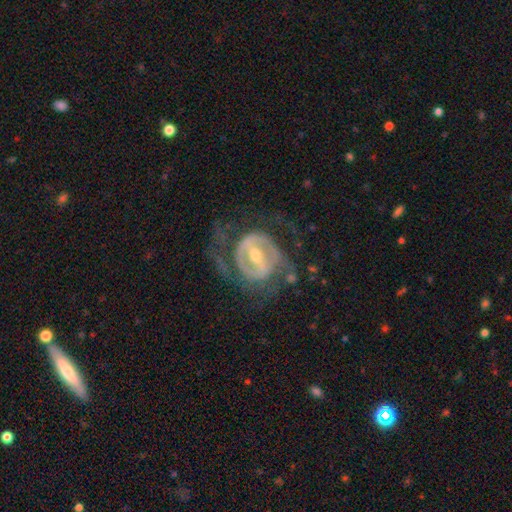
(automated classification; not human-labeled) A featured or disk galaxy (86%) with a strong bar (60%), 2 (65%) tight (42%) spiral arms (77%) and a moderate central bulge (52%).

Vote fractions:
- Smooth or featured? featured or disk: 86% / smooth: 9% / star or artifact: 5%
- Edge-on disk? no: 96% / yes: 4%
- Bar? strong: 60% / weak: 31% / no: 10%
- Spiral arms? yes: 77% / no: 23%
- Spiral winding? tight: 42% / medium: 40% / loose: 18%
- Spiral arm count? 2: 65% / can't tell: 17% / 1: 8% / 3: 6% / 4: 2% / more than 4: 2%
- Bulge size? moderate: 52% / small: 42% / large: 3% / none: 1% / dominant: 1%
- Merging? none: 54% / major disturbance: 27% / minor disturbance: 17% / merger: 2%